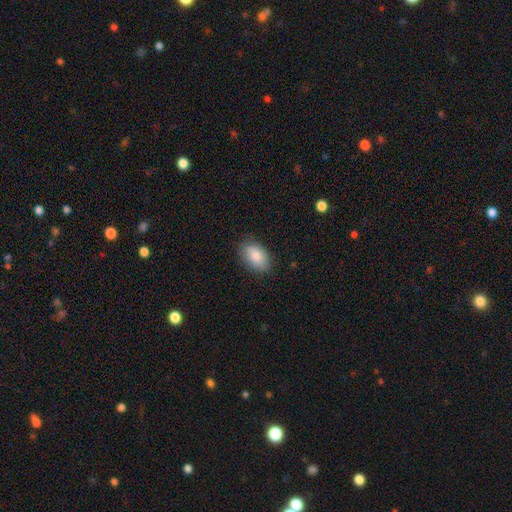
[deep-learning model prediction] This appears to be a smooth galaxy with no disk features (85%) that is in between round and cigar-shaped (91%). Merging: none (82%).